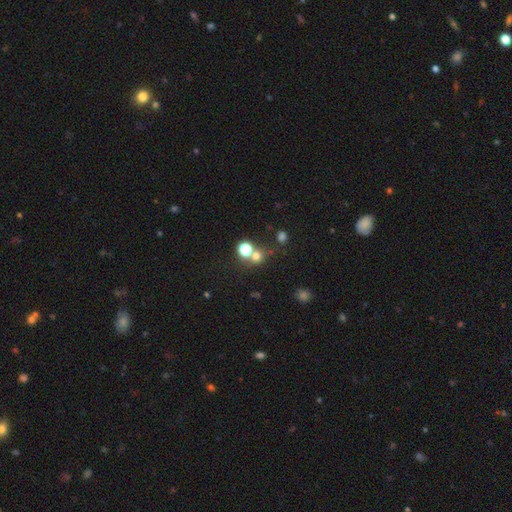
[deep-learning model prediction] Q: Smooth or featured?
A: smooth (64%); runner-up: star or artifact (27%)
Q: How rounded?
A: round (85%); runner-up: in between (14%)
Q: Merging?
A: none (60%); runner-up: merger (28%)